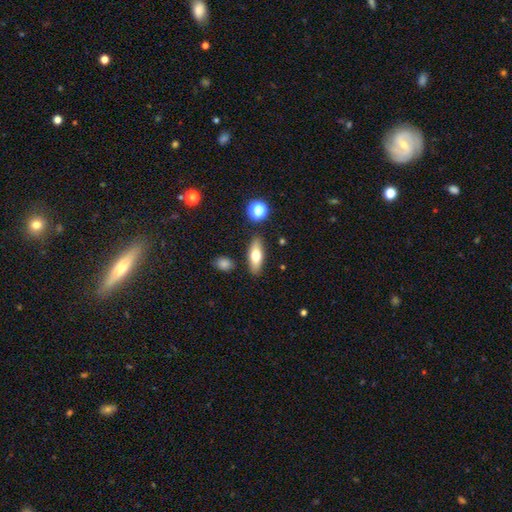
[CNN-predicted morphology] type=smooth (70%); roundness=in between (66%); merging=none (85%).